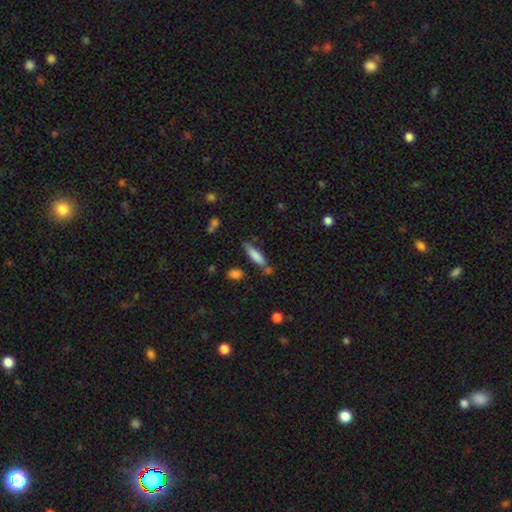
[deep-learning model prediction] smooth 79%, featured or disk 14%, star or artifact 7%. Down the decision tree: how rounded — cigar-shaped (67%); merging — none (68%).